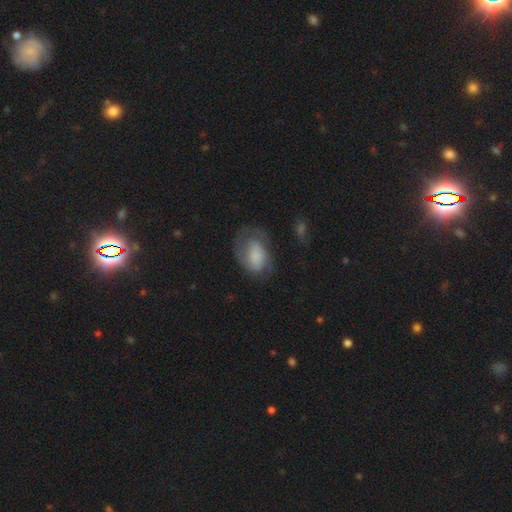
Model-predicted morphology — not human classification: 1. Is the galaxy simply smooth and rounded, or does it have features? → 49% smooth, 42% featured or disk, 9% star or artifact.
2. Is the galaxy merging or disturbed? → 45% none, 27% minor disturbance, 26% major disturbance, 2% merger.